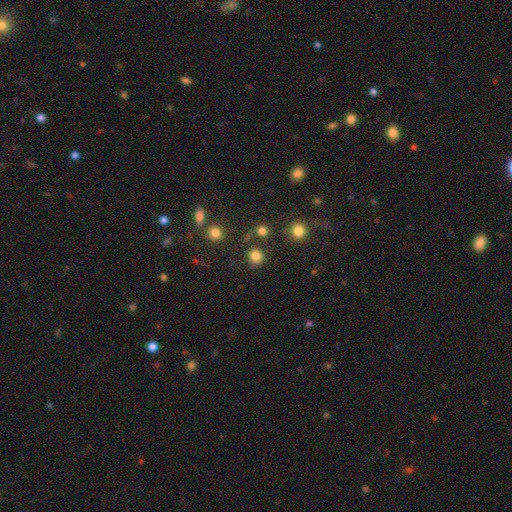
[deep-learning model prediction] A smooth galaxy with no disk features (81%) that is round (87%). Merging: none (82%).